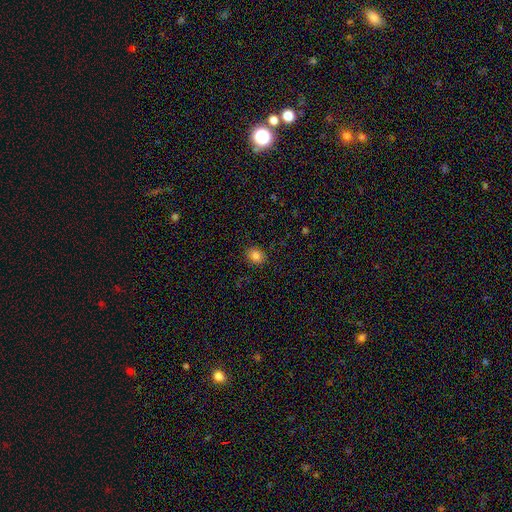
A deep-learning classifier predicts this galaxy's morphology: smooth_or_featured: smooth (p=0.84) [alt: star or artifact p=0.11]
how_rounded: round (p=0.57) [alt: in between p=0.42]
merging: none (p=0.89) [alt: minor disturbance p=0.08]